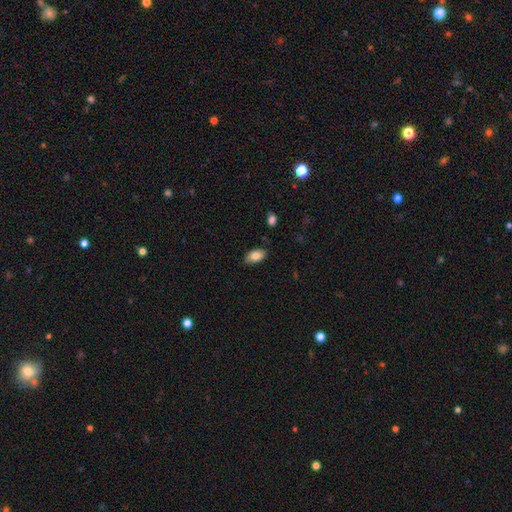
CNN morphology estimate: type=smooth (81%); roundness=in between (93%); merging=none (84%).